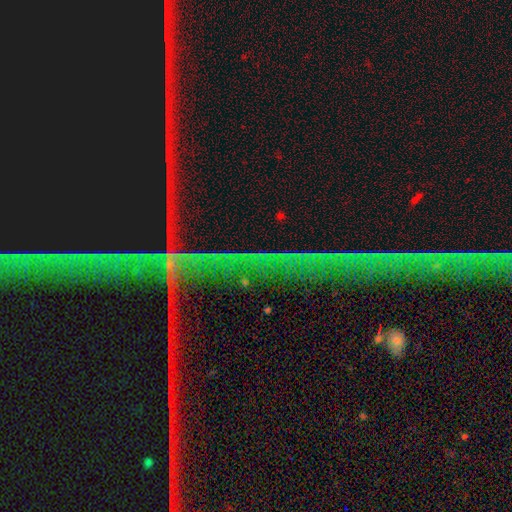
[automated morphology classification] smooth_or_featured: star or artifact (p=0.75) [alt: featured or disk p=0.14]